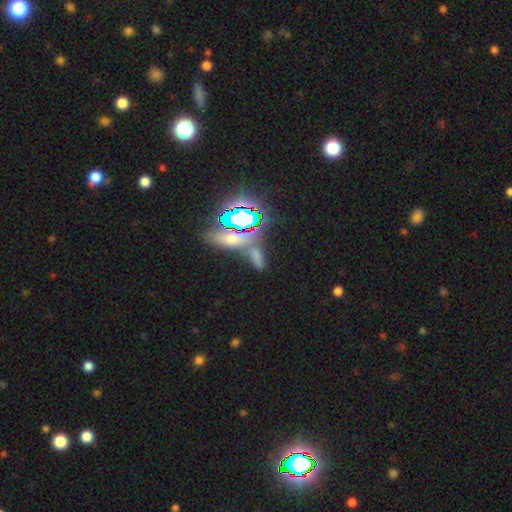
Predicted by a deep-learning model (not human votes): Smooth or featured: smooth — 45% (star or artifact — 42%)
Merging: none — 56% (merger — 23%)